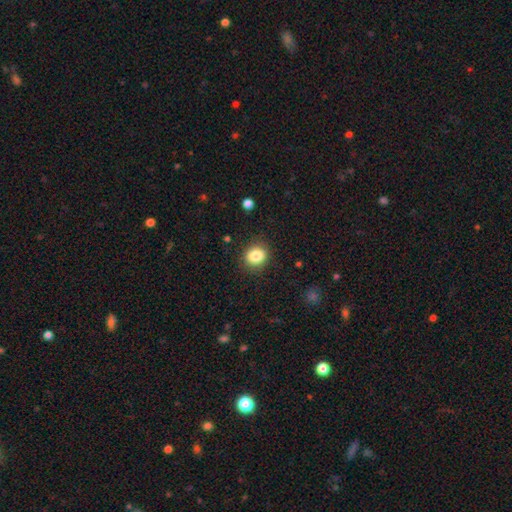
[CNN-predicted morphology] Smooth or featured?
  - smooth: 86% *
  - star or artifact: 10%
  - featured or disk: 5%
How rounded?
  - round: 66% *
  - in between: 33%
  - cigar-shaped: 1%
Merging?
  - none: 87% *
  - minor disturbance: 9%
  - major disturbance: 3%
  - merger: 1%